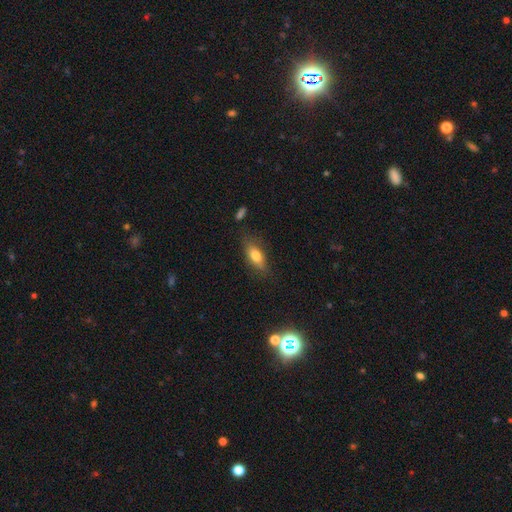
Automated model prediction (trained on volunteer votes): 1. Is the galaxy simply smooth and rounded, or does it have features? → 73% smooth, 19% featured or disk, 8% star or artifact.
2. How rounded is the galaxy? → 74% in between, 21% cigar-shaped, 5% round.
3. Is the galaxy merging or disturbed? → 75% none, 18% minor disturbance, 4% major disturbance, 2% merger.